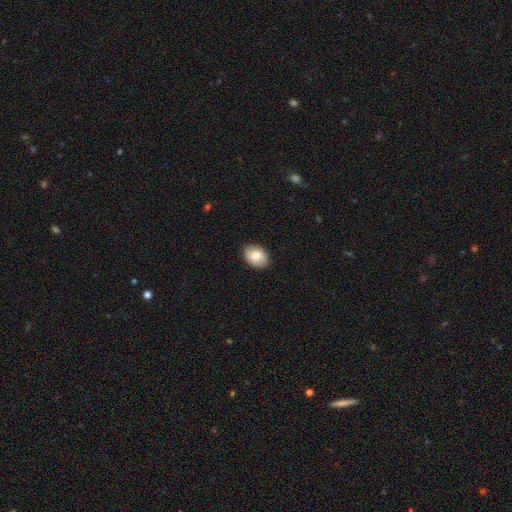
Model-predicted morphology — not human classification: smooth_or_featured: smooth (p=0.74) [alt: featured or disk p=0.20]
how_rounded: in between (p=0.73) [alt: round p=0.26]
merging: none (p=0.89) [alt: minor disturbance p=0.09]